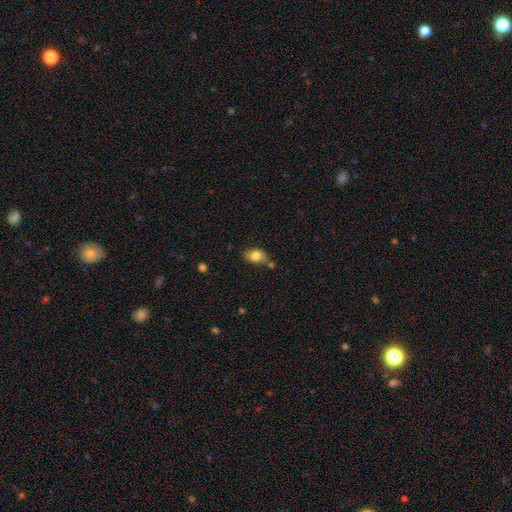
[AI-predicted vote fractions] smooth_or_featured: smooth (p=0.80) [alt: featured or disk p=0.12]
how_rounded: in between (p=0.78) [alt: round p=0.20]
merging: none (p=0.62) [alt: minor disturbance p=0.21]